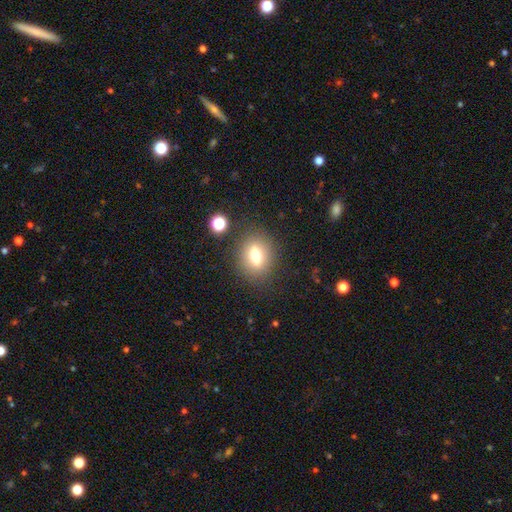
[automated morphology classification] This is likely a smooth galaxy (67%). How rounded: possibly in between (60%). Merging: clearly none (84%).